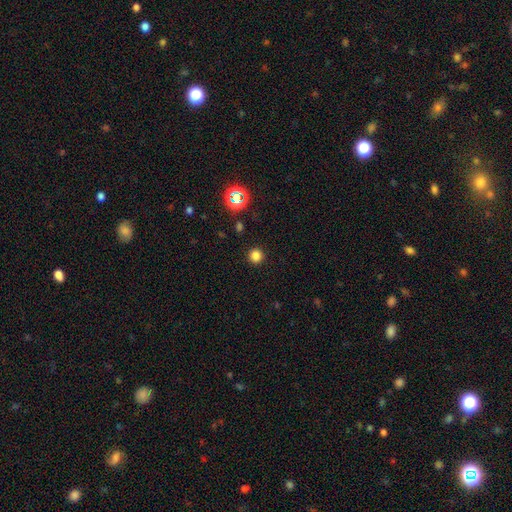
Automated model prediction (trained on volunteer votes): Smooth or featured?
  - smooth: 81% *
  - star or artifact: 16%
  - featured or disk: 4%
How rounded?
  - round: 95% *
  - in between: 4%
  - cigar-shaped: 1%
Merging?
  - none: 93% *
  - minor disturbance: 4%
  - major disturbance: 2%
  - merger: 1%